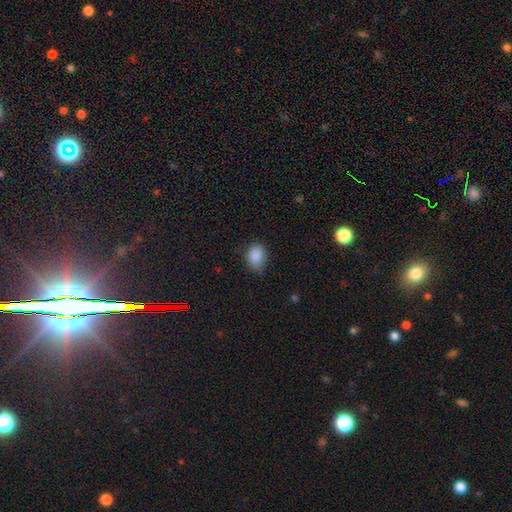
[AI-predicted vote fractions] Smooth or featured: smooth — 88% (star or artifact — 8%)
How rounded: in between — 68% (round — 31%)
Merging: none — 72% (minor disturbance — 23%)